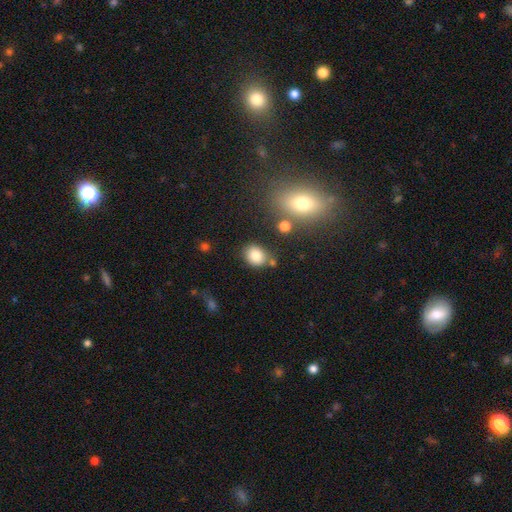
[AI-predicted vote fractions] A smooth galaxy with no disk features (81%) that is in between round and cigar-shaped (51%).

Vote fractions:
- Smooth or featured? smooth: 81% / star or artifact: 11% / featured or disk: 8%
- How rounded? in between: 51% / round: 48% / cigar-shaped: 1%
- Merging? none: 70% / minor disturbance: 15% / merger: 10% / major disturbance: 4%